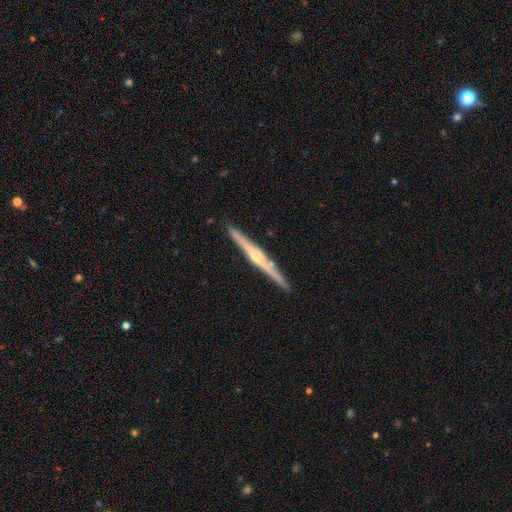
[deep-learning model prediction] smooth_or_featured: featured or disk (p=0.74) [alt: smooth p=0.21]
disk_edge_on: yes (p=0.98) [alt: no p=0.02]
edge_on_bulge: rounded (p=0.63) [alt: none p=0.22]
merging: none (p=0.89) [alt: minor disturbance p=0.07]